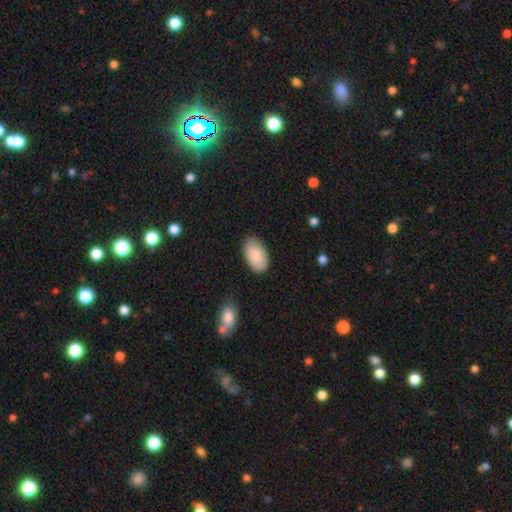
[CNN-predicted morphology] Smooth or featured? smooth (87%)
How rounded? in between (95%)
Merging? none (81%)